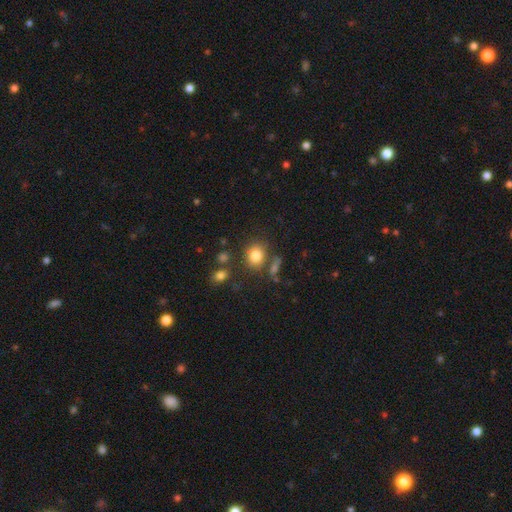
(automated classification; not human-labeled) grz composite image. It shows a smooth galaxy with no disk features (81%) that is round (67%). Merging: none (71%).